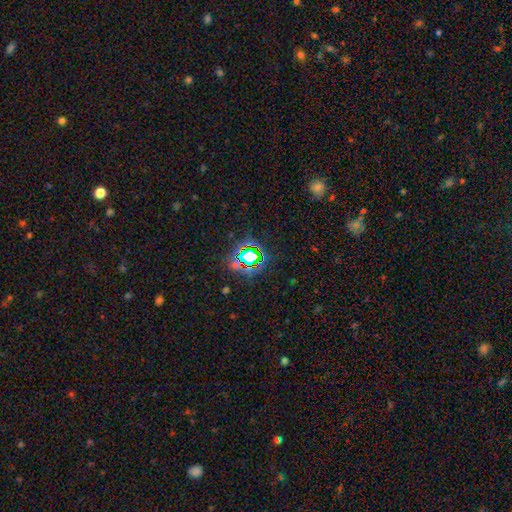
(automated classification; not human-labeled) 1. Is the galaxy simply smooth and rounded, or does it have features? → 73% star or artifact, 17% smooth, 10% featured or disk.